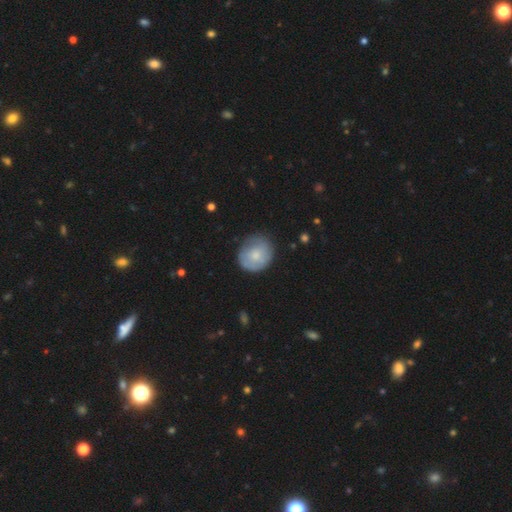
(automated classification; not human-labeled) smooth 66%, featured or disk 28%, star or artifact 6%. Down the decision tree: how rounded — round (80%); merging — none (71%).